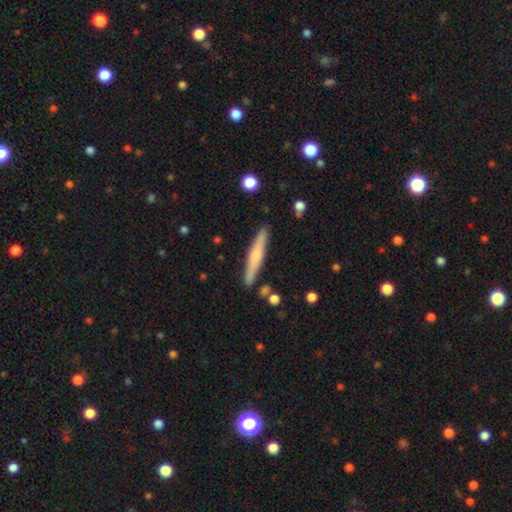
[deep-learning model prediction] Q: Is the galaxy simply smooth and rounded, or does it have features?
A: featured or disk — 47%, tied with smooth.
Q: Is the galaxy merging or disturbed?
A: none — 88%.